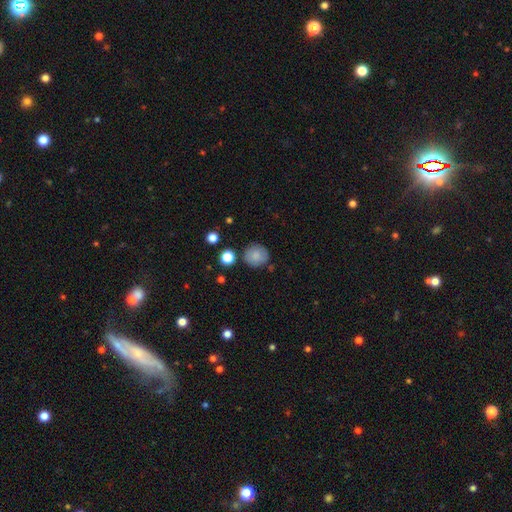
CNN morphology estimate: A smooth galaxy with no disk features (82%) that is round (89%).

Vote fractions:
- Smooth or featured? smooth: 82% / featured or disk: 9% / star or artifact: 9%
- How rounded? round: 89% / in between: 10% / cigar-shaped: 1%
- Merging? none: 81% / minor disturbance: 12% / merger: 4% / major disturbance: 3%